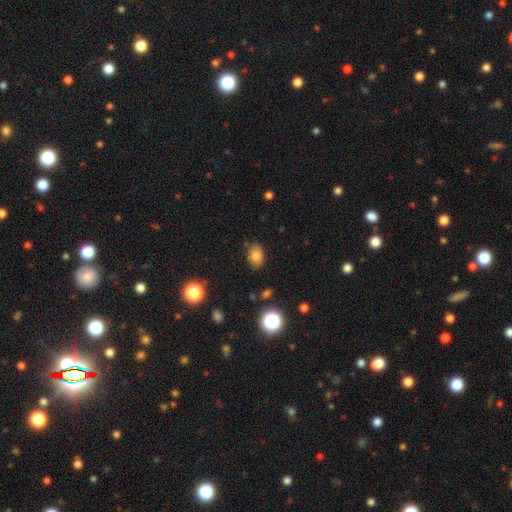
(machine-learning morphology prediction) smooth-or-featured: smooth: 81% | star or artifact: 12% | featured or disk: 7%
  how-rounded: in between: 75% | round: 24% | cigar-shaped: 1%
  merging: none: 84% | minor disturbance: 12% | major disturbance: 3% | merger: 2%